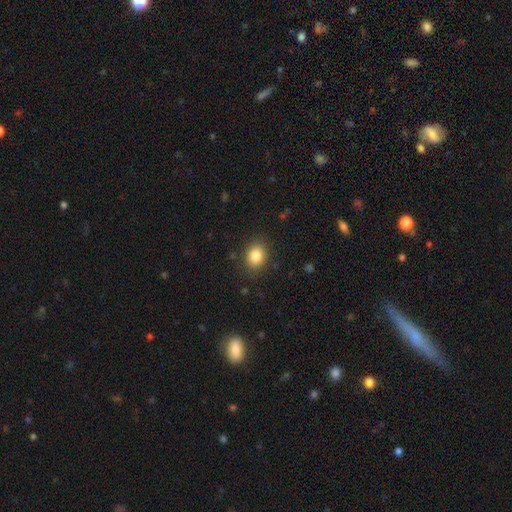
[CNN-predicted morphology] The model was most divided on "how rounded": in between: 57%, round: 42%, cigar-shaped: 1%. More confident: merging — none (86%); smooth or featured — smooth (84%).